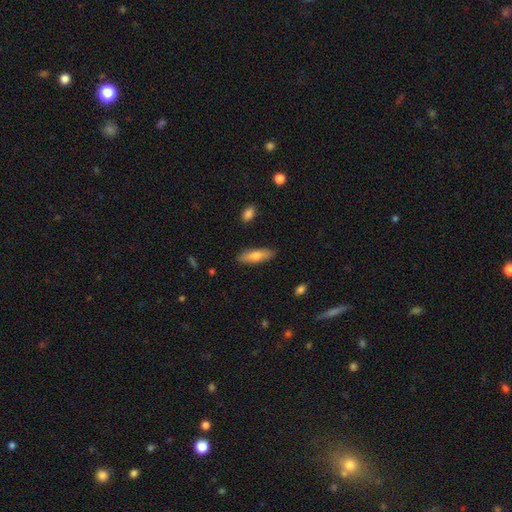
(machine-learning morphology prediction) Smooth or featured? smooth (69%)
How rounded? cigar-shaped (53%)
Merging? none (88%)